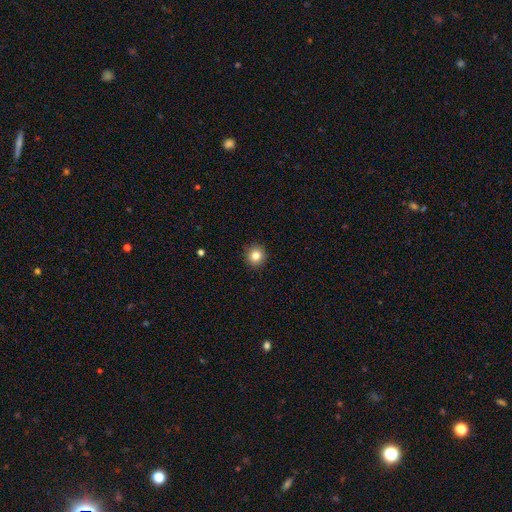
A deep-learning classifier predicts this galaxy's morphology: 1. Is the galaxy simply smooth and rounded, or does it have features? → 83% smooth, 11% star or artifact, 6% featured or disk.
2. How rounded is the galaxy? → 94% round, 5% in between, 1% cigar-shaped.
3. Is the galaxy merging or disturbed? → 92% none, 6% minor disturbance, 2% major disturbance, 1% merger.